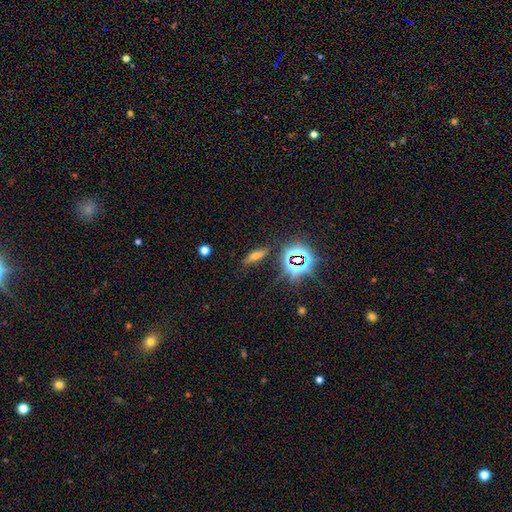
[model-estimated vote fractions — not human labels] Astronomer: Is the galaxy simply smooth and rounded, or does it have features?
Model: smooth — 49% (runner-up: star or artifact, 29%).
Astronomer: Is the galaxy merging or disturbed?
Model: none — 82%.